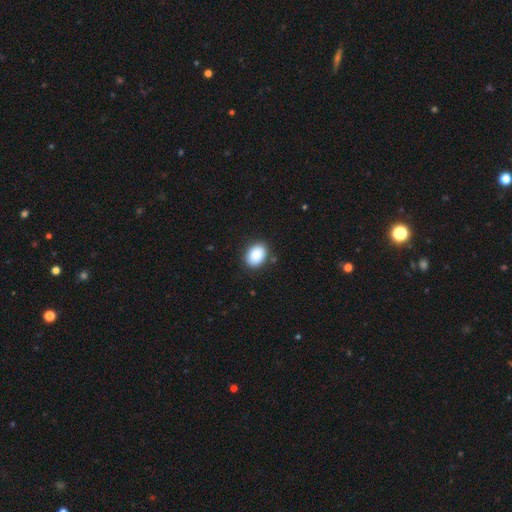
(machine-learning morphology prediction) Smooth or featured? Predicted: smooth (p=0.88). How rounded? Predicted: in between (p=0.73). Merging? Predicted: none (p=0.87).